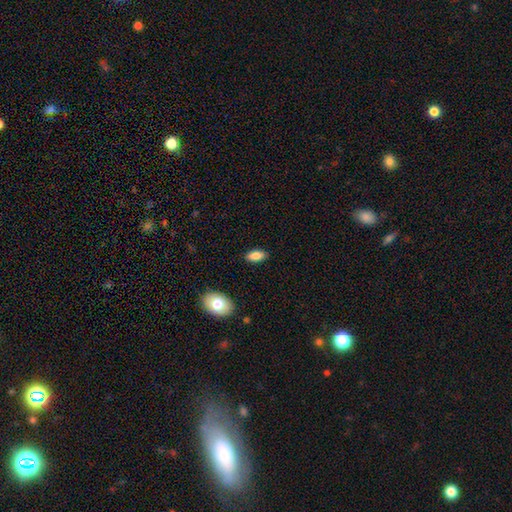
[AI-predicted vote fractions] Q: Smooth or featured?
A: smooth (84%); runner-up: featured or disk (8%)
Q: How rounded?
A: in between (89%); runner-up: cigar-shaped (8%)
Q: Merging?
A: none (87%); runner-up: minor disturbance (10%)